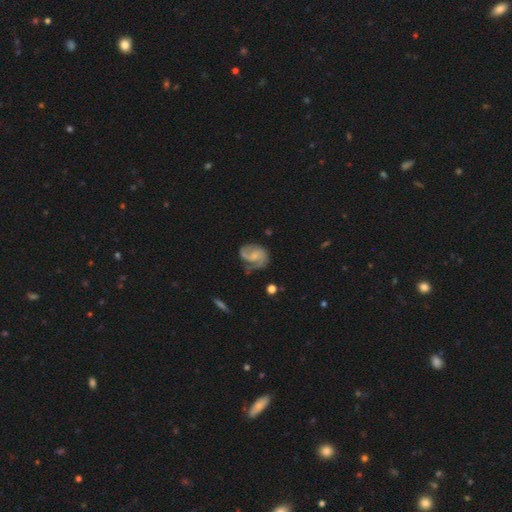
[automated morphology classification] Smooth or featured?
  - featured or disk: 79% *
  - smooth: 14%
  - star or artifact: 6%
Edge-on disk?
  - no: 98% *
  - yes: 2%
Bar?
  - no: 51% *
  - weak: 40%
  - strong: 8%
Spiral arms?
  - yes: 95% *
  - no: 5%
Spiral winding?
  - medium: 49% *
  - loose: 29%
  - tight: 22%
Spiral arm count?
  - 2: 73% *
  - 1: 8%
  - can't tell: 8%
  - 3: 7%
  - 4: 2%
  - more than 4: 2%
Bulge size?
  - small: 50% *
  - none: 24%
  - moderate: 22%
  - large: 2%
  - dominant: 1%
Merging?
  - none: 57% *
  - minor disturbance: 24%
  - major disturbance: 16%
  - merger: 3%